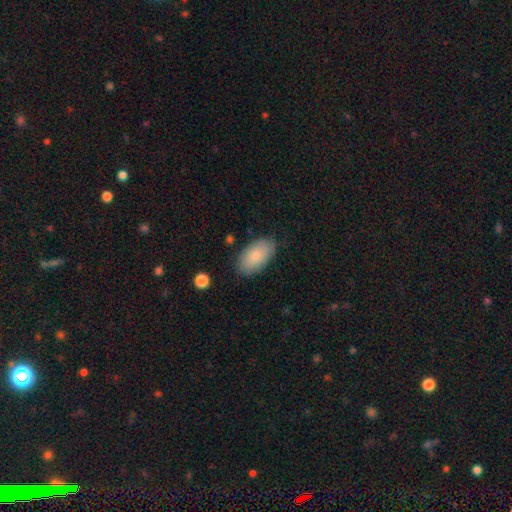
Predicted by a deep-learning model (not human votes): Smooth or featured? Predicted: smooth (p=0.82). How rounded? Predicted: in between (p=0.95). Merging? Predicted: none (p=0.82).